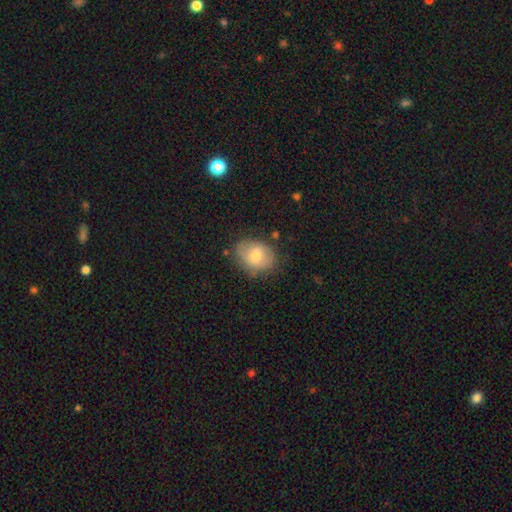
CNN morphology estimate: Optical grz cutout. It shows a smooth galaxy with no disk features (67%) that is in between round and cigar-shaped (67%). Merging: none (67%).